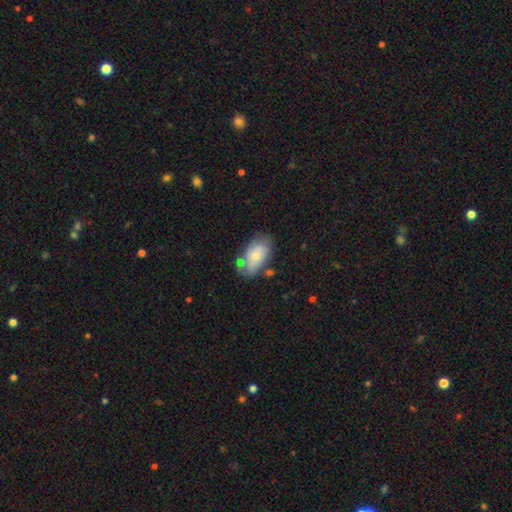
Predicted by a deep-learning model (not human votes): This is likely a smooth galaxy (65%). How rounded: clearly in between (92%). Merging: possibly none (57%).